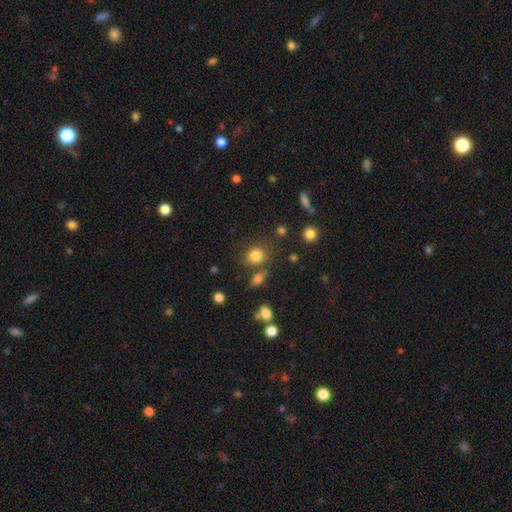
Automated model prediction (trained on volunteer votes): Smooth or featured? smooth (81%)
How rounded? round (74%)
Merging? none (71%)